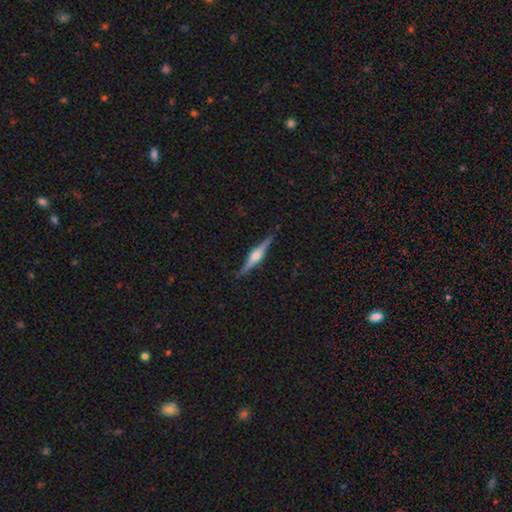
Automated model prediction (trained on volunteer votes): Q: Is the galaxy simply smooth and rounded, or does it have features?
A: featured or disk — 78%.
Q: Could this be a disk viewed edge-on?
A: yes — 98%.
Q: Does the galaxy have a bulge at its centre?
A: rounded — 86%.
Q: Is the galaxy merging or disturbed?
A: none — 87%.